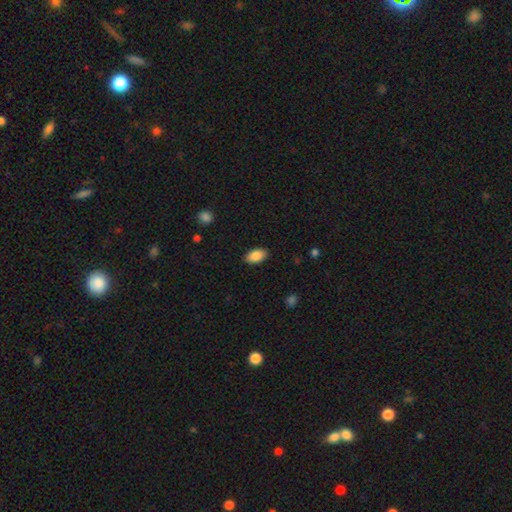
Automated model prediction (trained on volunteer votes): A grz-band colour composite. It shows a smooth galaxy with no disk features (87%) that is in between round and cigar-shaped (93%). Merging: none (88%).